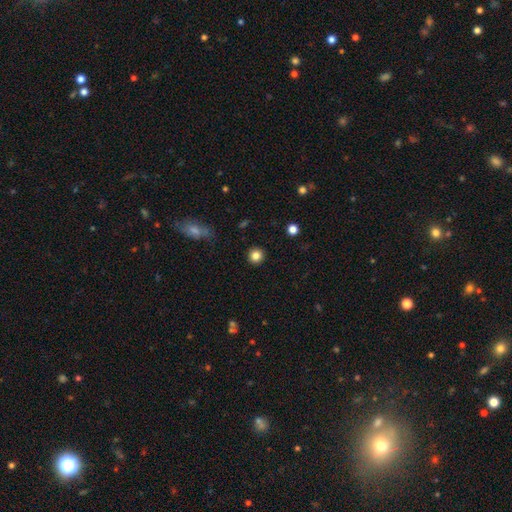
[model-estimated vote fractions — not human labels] Smooth or featured?
  - smooth: 84% *
  - star or artifact: 11%
  - featured or disk: 5%
How rounded?
  - round: 93% *
  - in between: 6%
  - cigar-shaped: 1%
Merging?
  - none: 91% *
  - minor disturbance: 5%
  - major disturbance: 2%
  - merger: 1%